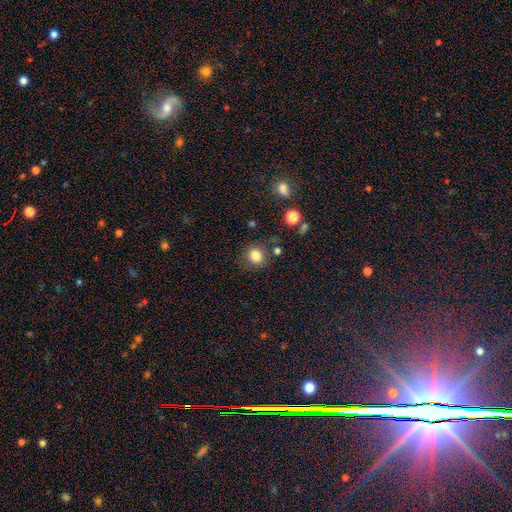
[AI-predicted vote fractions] Q: Smooth or featured?
A: smooth (82%); runner-up: star or artifact (11%)
Q: How rounded?
A: round (83%); runner-up: in between (16%)
Q: Merging?
A: none (77%); runner-up: minor disturbance (12%)